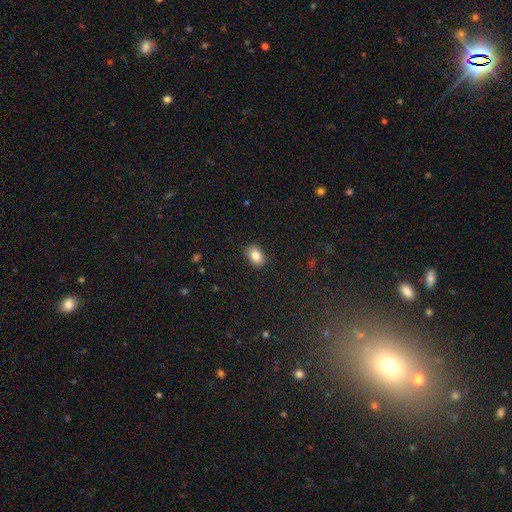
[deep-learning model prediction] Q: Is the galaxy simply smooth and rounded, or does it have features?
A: smooth — 84%.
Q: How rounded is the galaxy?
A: in between — 81%.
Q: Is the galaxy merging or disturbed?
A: none — 87%.